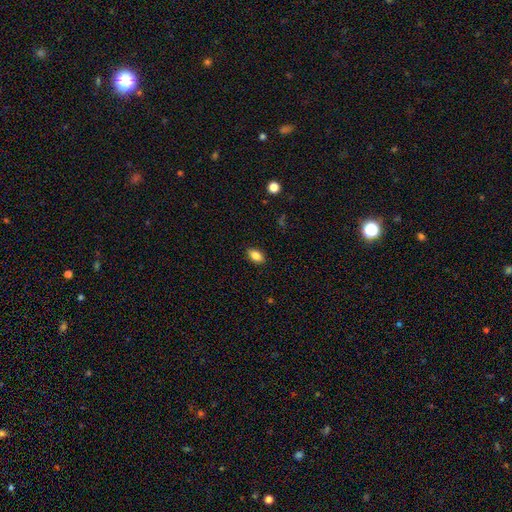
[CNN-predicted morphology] The model was most divided on "smooth or featured": smooth: 84%, featured or disk: 8%, star or artifact: 8%. More confident: how rounded — in between (90%); merging — none (88%).